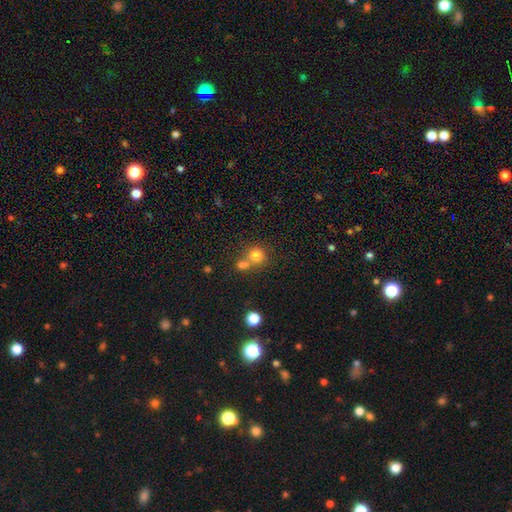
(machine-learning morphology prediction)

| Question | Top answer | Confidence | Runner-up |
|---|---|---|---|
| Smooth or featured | smooth | 78% | star or artifact (14%) |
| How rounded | round | 87% | in between (12%) |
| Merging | none | 49% | merger (40%) |